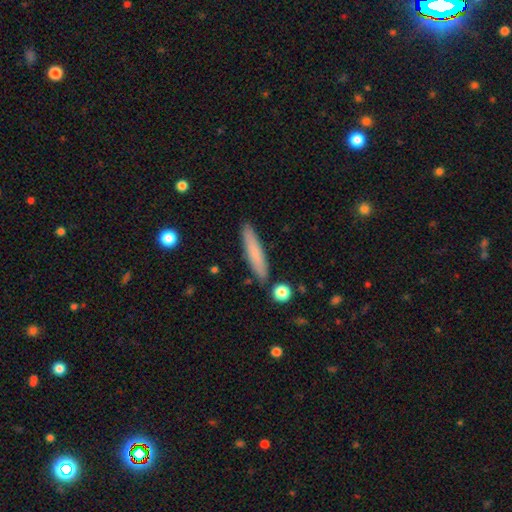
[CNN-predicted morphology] This is likely a smooth galaxy (76%). How rounded: clearly cigar-shaped (90%). Merging: clearly none (87%).